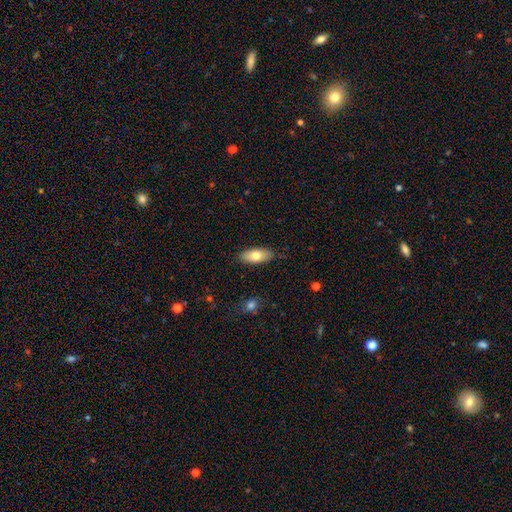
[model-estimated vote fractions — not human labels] Overall: smooth (72%). How rounded: in between (83%). Merging: none (87%).